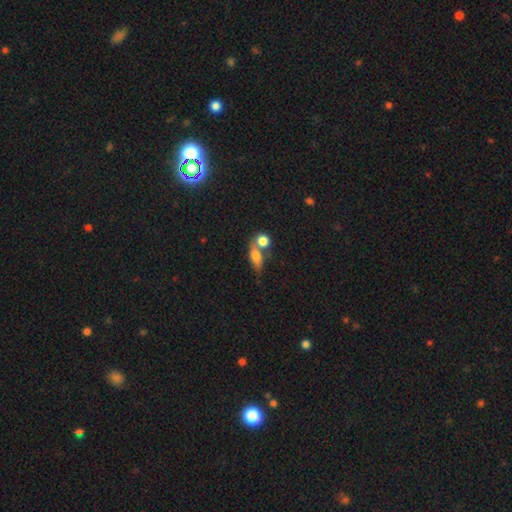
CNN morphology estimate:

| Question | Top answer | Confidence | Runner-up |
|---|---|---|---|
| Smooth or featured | smooth | 72% | featured or disk (18%) |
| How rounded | in between | 65% | round (21%) |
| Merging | merger | 44% | none (37%) |